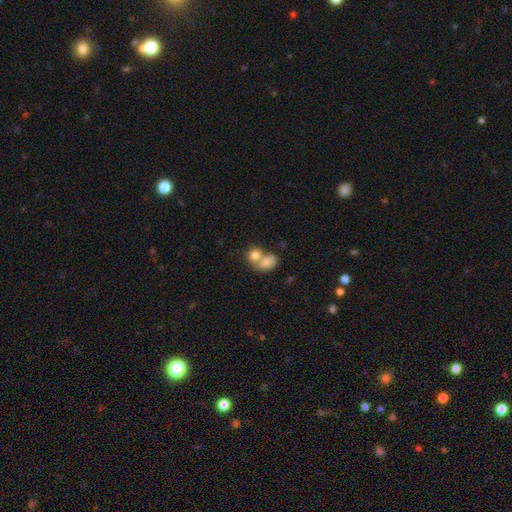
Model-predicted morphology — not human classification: This is likely a smooth galaxy (80%). How rounded: possibly in between (53%). Merging: likely merger (64%).